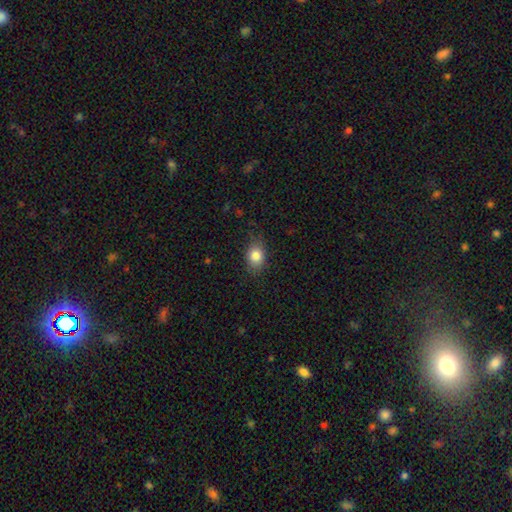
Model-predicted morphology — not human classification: A smooth galaxy with no disk features (83%) that is in between round and cigar-shaped (61%). Merging: none (79%).